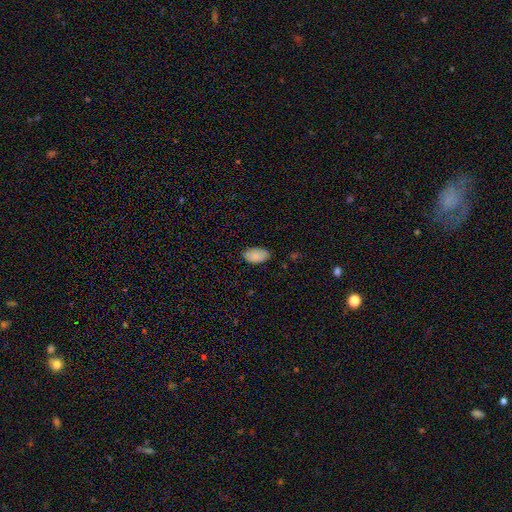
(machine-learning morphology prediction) Overall: smooth (88%). How rounded: in between (94%). Merging: none (81%).